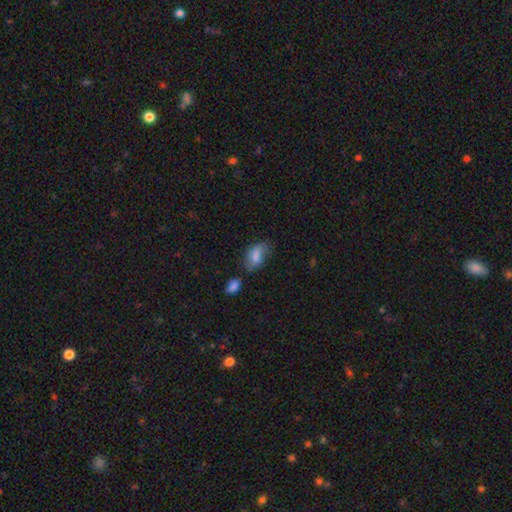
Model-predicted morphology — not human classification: smooth_or_featured: smooth (p=0.77) [alt: featured or disk p=0.15]
how_rounded: in between (p=0.91) [alt: round p=0.06]
merging: none (p=0.52) [alt: minor disturbance p=0.29]